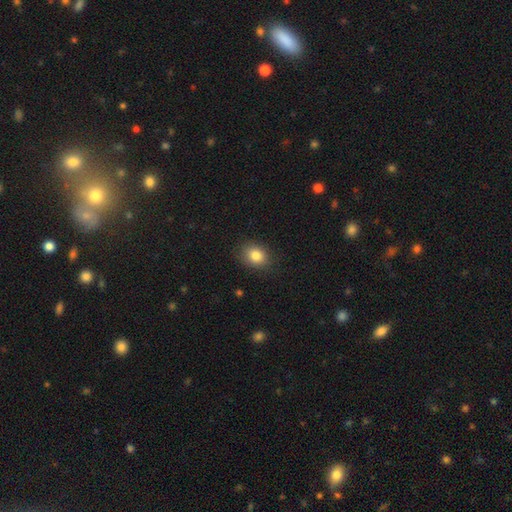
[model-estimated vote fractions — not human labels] The model was most divided on "how rounded": round: 50%, in between: 49%, cigar-shaped: 1%. More confident: merging — none (85%); smooth or featured — smooth (83%).